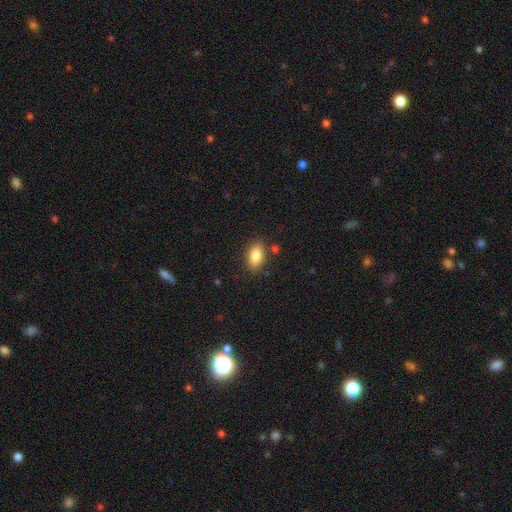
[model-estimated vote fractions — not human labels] Smooth or featured: smooth — 84% (featured or disk — 8%)
How rounded: in between — 89% (round — 6%)
Merging: none — 83% (minor disturbance — 11%)